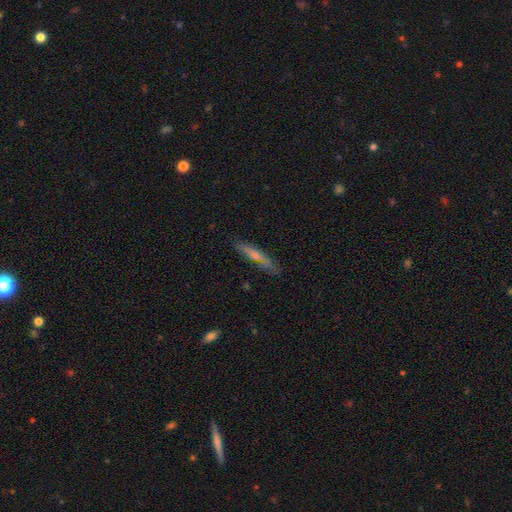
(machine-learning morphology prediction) type=smooth (59%); roundness=cigar-shaped (88%); merging=none (72%).